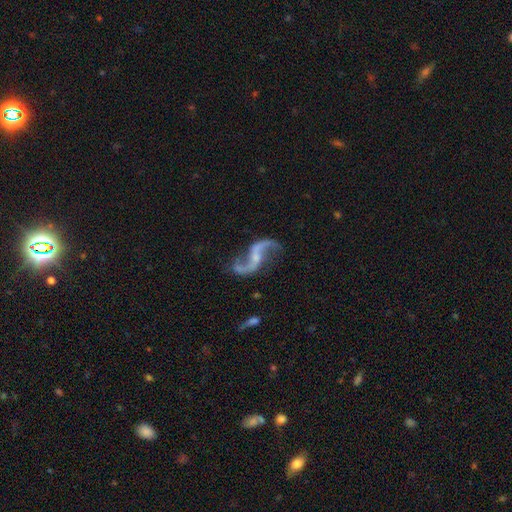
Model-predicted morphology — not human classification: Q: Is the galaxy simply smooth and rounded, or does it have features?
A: featured or disk — 92%.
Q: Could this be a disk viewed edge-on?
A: no — 97%.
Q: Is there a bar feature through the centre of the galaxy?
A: no — 44%.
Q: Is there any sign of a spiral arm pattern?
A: yes — 97%.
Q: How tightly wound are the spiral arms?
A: loose — 89%.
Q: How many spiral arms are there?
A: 2 — 94%.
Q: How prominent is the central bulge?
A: small — 54%.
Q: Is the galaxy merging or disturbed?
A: none — 74%.